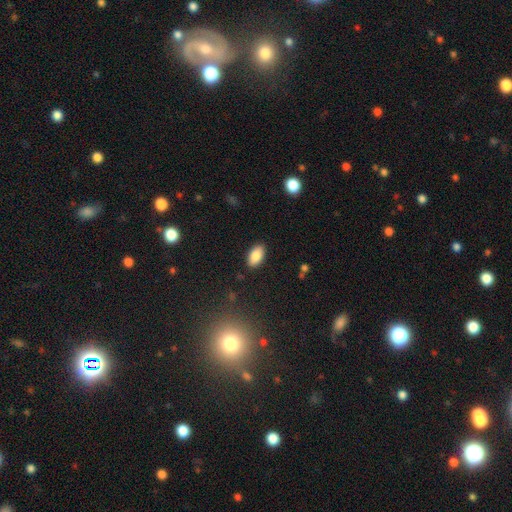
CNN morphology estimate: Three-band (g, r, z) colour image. It shows a smooth galaxy with no disk features (87%) that is in between round and cigar-shaped (94%). Merging: none (88%).